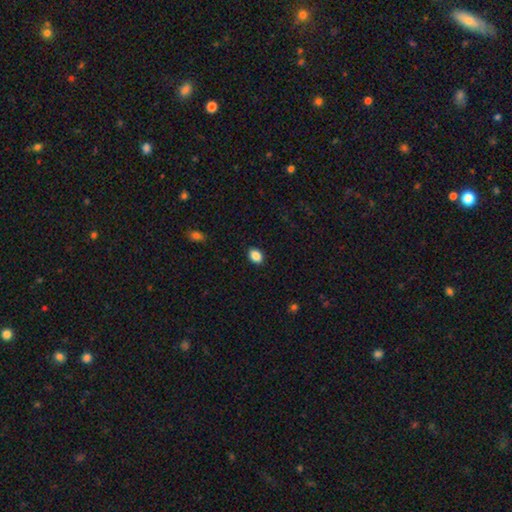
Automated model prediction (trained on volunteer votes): smooth_or_featured: smooth (p=0.88) [alt: star or artifact p=0.08]
how_rounded: in between (p=0.75) [alt: round p=0.24]
merging: none (p=0.90) [alt: minor disturbance p=0.07]